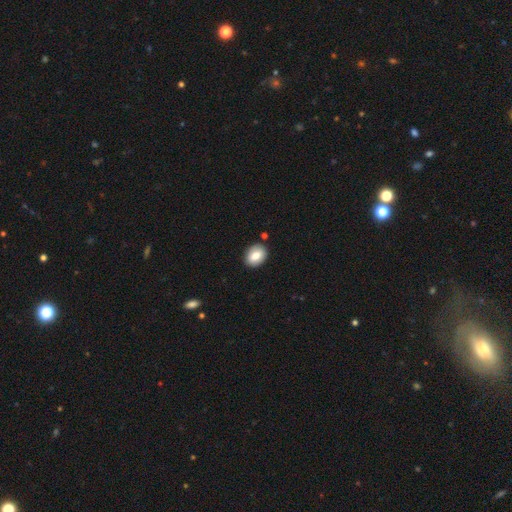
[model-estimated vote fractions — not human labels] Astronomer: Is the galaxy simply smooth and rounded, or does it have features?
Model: smooth — 79%.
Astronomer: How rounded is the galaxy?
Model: in between — 72%.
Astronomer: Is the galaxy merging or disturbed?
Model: none — 88%.